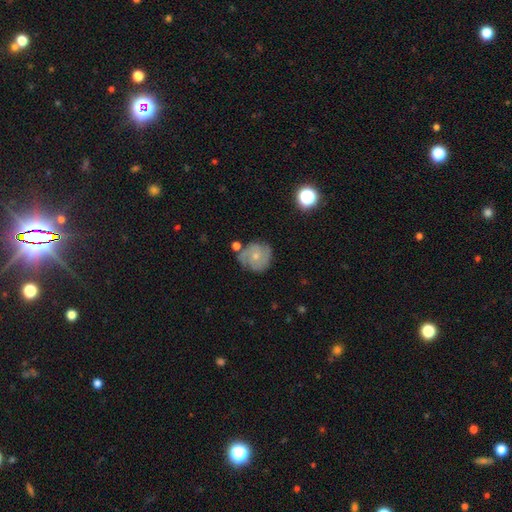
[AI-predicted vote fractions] Overall: featured or disk (60%; smooth 32%). Edge-on disk: no (97%). Bar: no (73%). Spiral arms: yes (85%). Bulge size: small (62%; moderate 33%). Merging: none (65%).